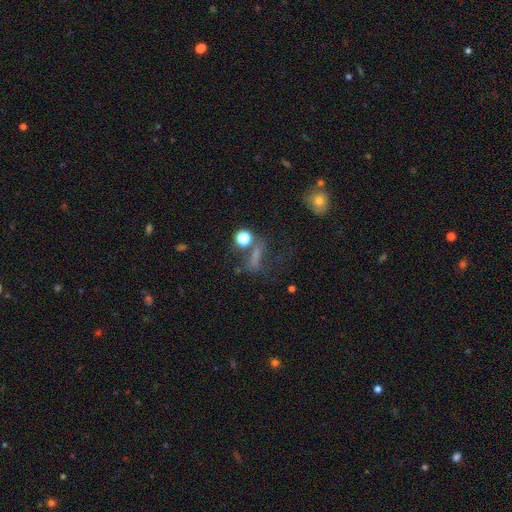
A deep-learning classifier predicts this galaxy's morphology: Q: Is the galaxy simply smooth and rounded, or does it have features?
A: smooth — 49%.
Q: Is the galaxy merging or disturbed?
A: none — 44%.